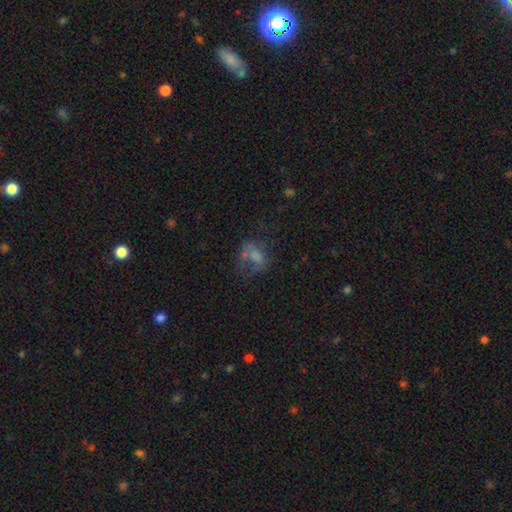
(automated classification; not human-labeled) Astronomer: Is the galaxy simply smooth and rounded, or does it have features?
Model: smooth — 46% (runner-up: featured or disk, 31%).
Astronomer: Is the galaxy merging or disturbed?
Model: none — 35% (runner-up: major disturbance, 32%).